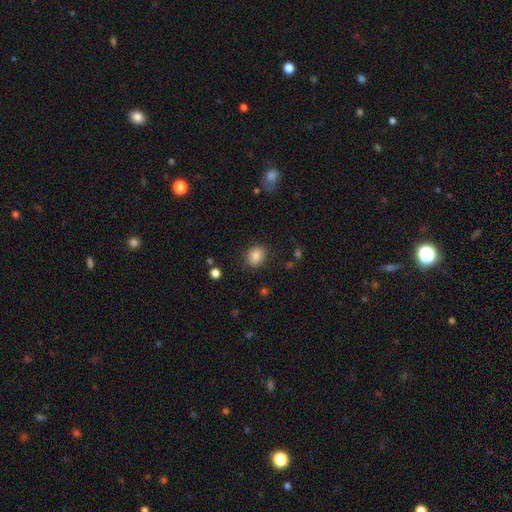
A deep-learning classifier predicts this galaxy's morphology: type=smooth (86%); roundness=round (60%); merging=none (86%).